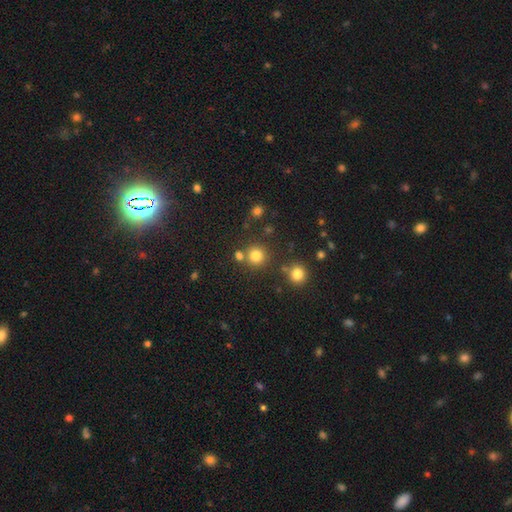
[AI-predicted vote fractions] Morphology: type=smooth (79%); roundness=round (93%); merging=none (80%).